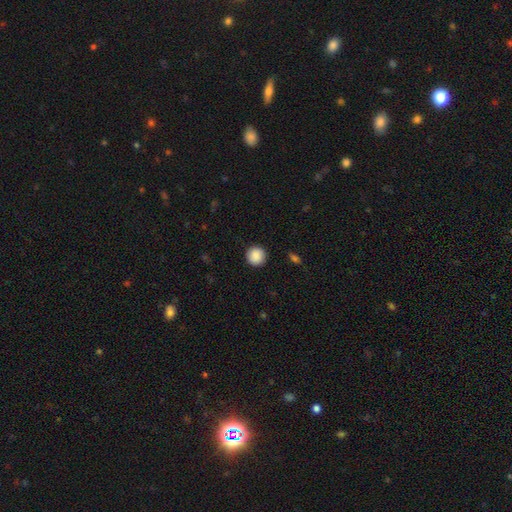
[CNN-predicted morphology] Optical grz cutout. It shows a smooth galaxy with no disk features (89%) that is round (94%). Merging: none (91%).